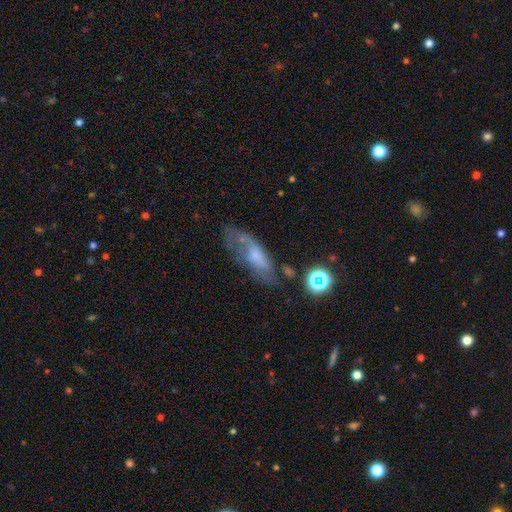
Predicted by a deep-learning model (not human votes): Q: Smooth or featured?
A: featured or disk (56%); runner-up: smooth (31%)
Q: Edge-on disk?
A: no (81%); runner-up: yes (19%)
Q: Merging?
A: none (51%); runner-up: minor disturbance (25%)